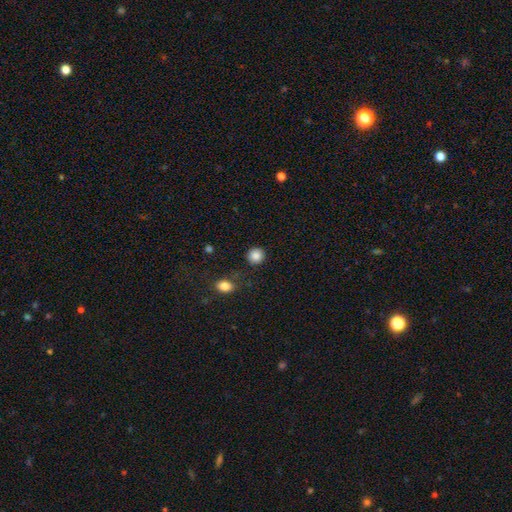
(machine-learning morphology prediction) The model was most divided on "merging": none: 85%, minor disturbance: 9%, major disturbance: 3%, merger: 2%. More confident: how rounded — round (91%); smooth or featured — smooth (87%).